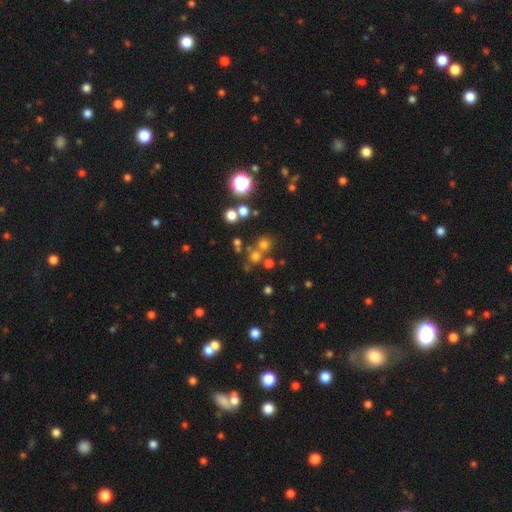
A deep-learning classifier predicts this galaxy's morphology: Q: Smooth or featured?
A: smooth (59%); runner-up: star or artifact (30%)
Q: How rounded?
A: round (91%); runner-up: in between (8%)
Q: Merging?
A: none (64%); runner-up: merger (25%)